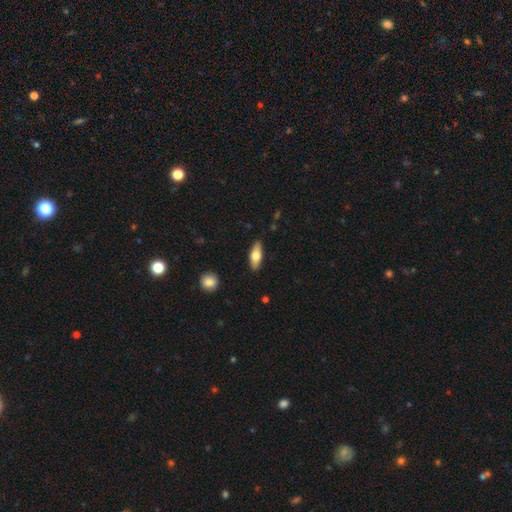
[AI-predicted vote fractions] A smooth galaxy with no disk features (69%) that is in between round and cigar-shaped (70%).

Vote fractions:
- Smooth or featured? smooth: 69% / featured or disk: 25% / star or artifact: 6%
- How rounded? in between: 70% / cigar-shaped: 27% / round: 3%
- Merging? none: 87% / minor disturbance: 9% / major disturbance: 2% / merger: 1%